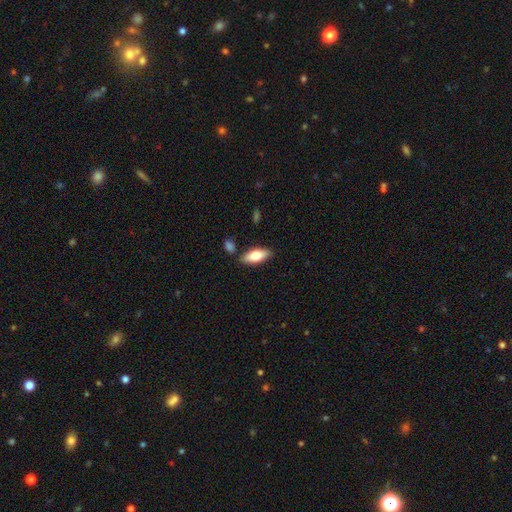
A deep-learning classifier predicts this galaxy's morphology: Smooth or featured: smooth — 72% (featured or disk — 22%)
How rounded: in between — 80% (cigar-shaped — 18%)
Merging: none — 84% (minor disturbance — 10%)